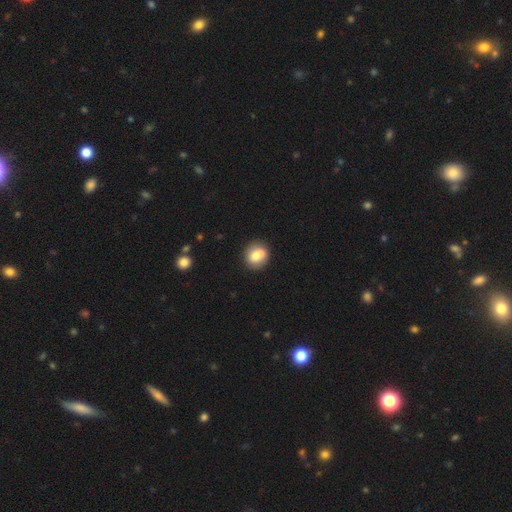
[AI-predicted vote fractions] smooth-or-featured: smooth: 73% | featured or disk: 19% | star or artifact: 8%
  how-rounded: round: 68% | in between: 30% | cigar-shaped: 1%
  merging: none: 54% | merger: 31% | minor disturbance: 11% | major disturbance: 4%